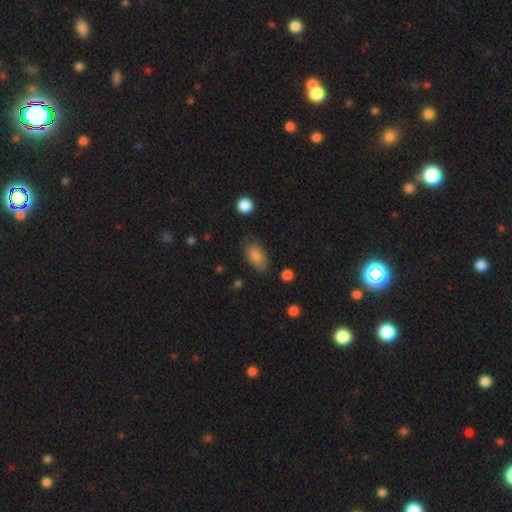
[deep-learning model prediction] Smooth or featured: smooth — 82% (featured or disk — 10%)
How rounded: in between — 91% (round — 5%)
Merging: none — 71% (minor disturbance — 22%)